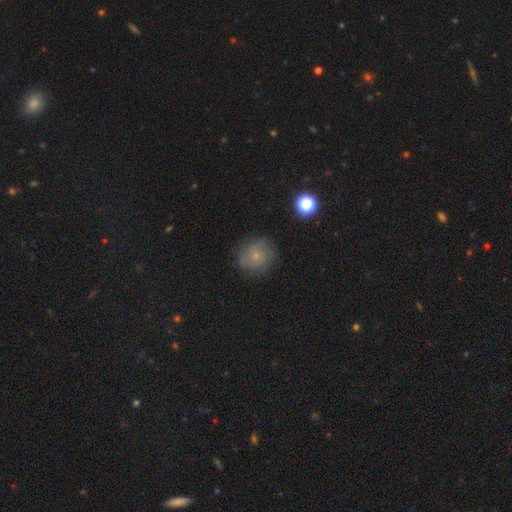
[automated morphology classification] The model was most divided on "smooth or featured": smooth: 62%, featured or disk: 25%, star or artifact: 13%. More confident: how rounded — round (87%); merging — none (77%).